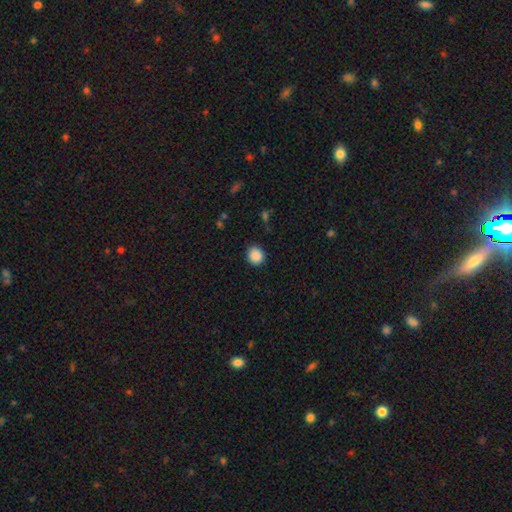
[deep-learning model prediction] The model was most divided on "how rounded": round: 84%, in between: 15%, cigar-shaped: 1%. More confident: smooth or featured — smooth (89%); merging — none (88%).